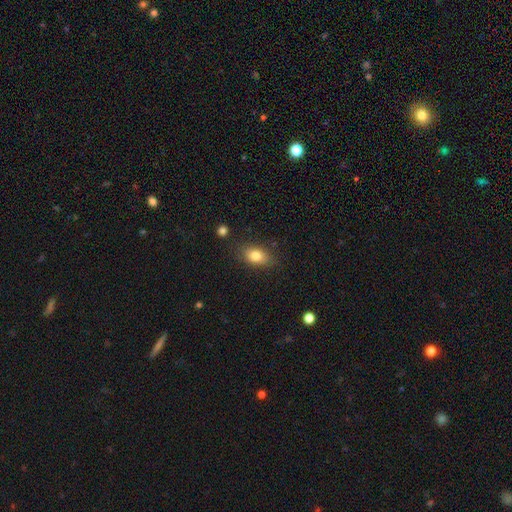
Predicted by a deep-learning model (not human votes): Smooth or featured? smooth (82%)
How rounded? in between (83%)
Merging? none (79%)